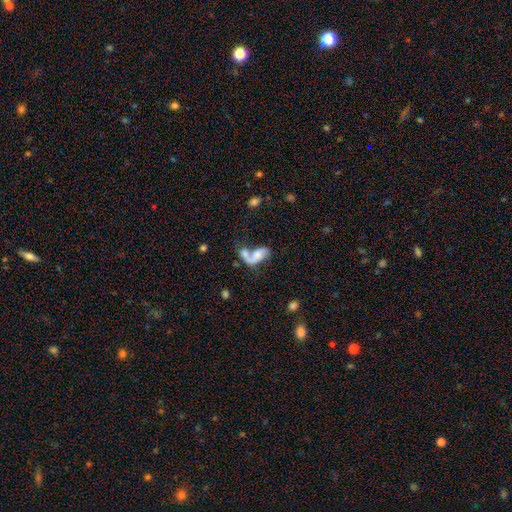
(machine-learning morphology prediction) smooth-or-featured: featured or disk: 53% | smooth: 38% | star or artifact: 10%
  disk-edge-on: no: 95% | yes: 5%
  merging: merger: 57% | none: 18% | major disturbance: 15% | minor disturbance: 10%